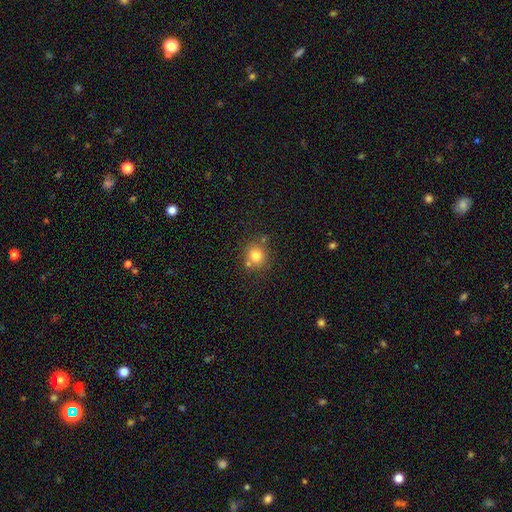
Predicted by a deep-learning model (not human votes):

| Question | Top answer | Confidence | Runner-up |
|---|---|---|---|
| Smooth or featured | smooth | 79% | star or artifact (12%) |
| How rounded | round | 86% | in between (13%) |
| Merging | none | 69% | merger (16%) |